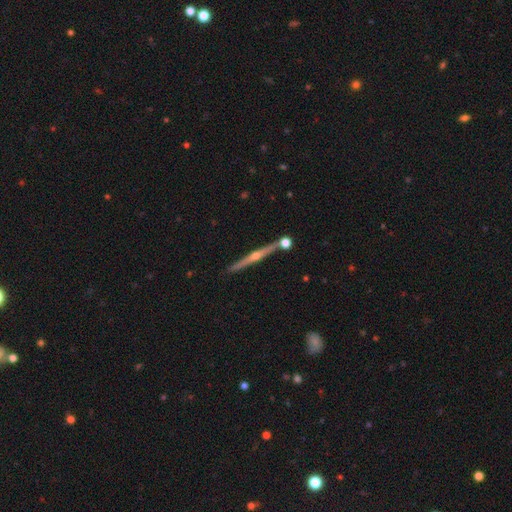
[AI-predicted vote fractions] This is likely a featured or disk galaxy (80%). It is clearly viewed edge-on (98%). Edge-on bulge: clearly rounded (88%). Merging: clearly none (84%).